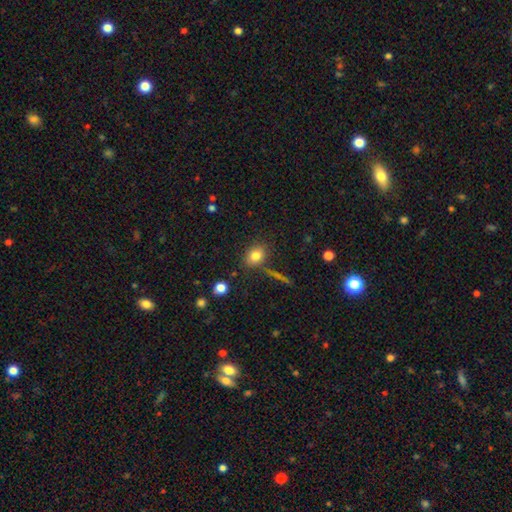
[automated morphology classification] The model was most divided on "how rounded": in between: 52%, round: 46%, cigar-shaped: 2%. More confident: smooth or featured — smooth (80%); merging — none (75%).